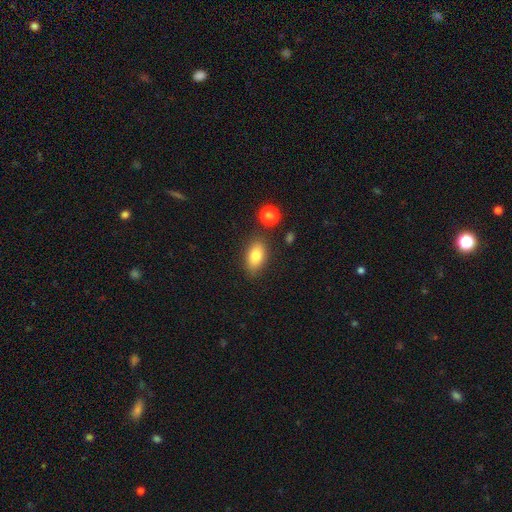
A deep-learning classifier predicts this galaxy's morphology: smooth-or-featured: smooth: 81% | featured or disk: 10% | star or artifact: 9%
  how-rounded: in between: 88% | round: 8% | cigar-shaped: 4%
  merging: none: 81% | minor disturbance: 12% | merger: 4% | major disturbance: 3%